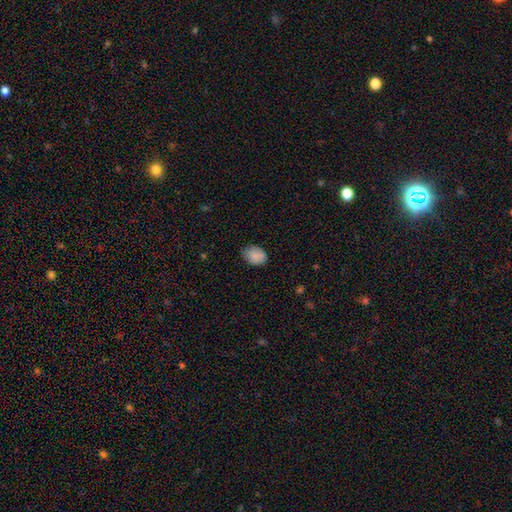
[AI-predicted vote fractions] smooth 87%, star or artifact 8%, featured or disk 6%. Down the decision tree: how rounded — in between (64%); merging — none (75%).